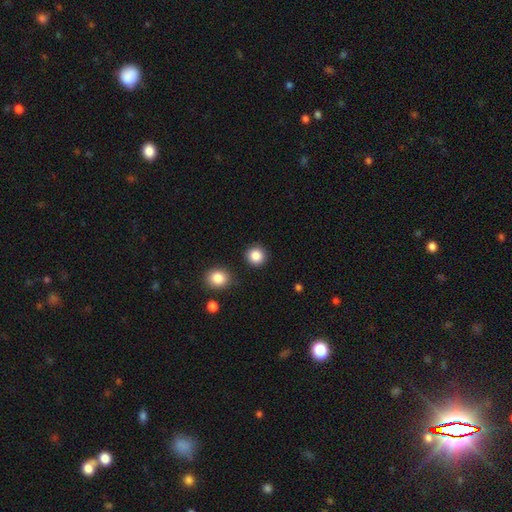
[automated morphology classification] smooth-or-featured: smooth: 87% | star or artifact: 10% | featured or disk: 4%
  how-rounded: round: 92% | in between: 7% | cigar-shaped: 1%
  merging: none: 90% | minor disturbance: 6% | merger: 3% | major disturbance: 2%